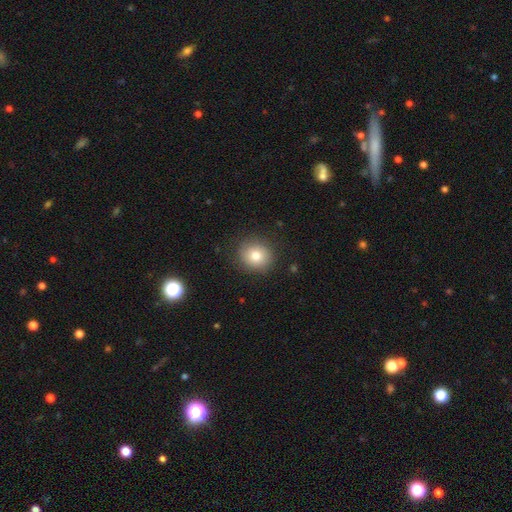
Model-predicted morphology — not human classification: Q: Smooth or featured?
A: smooth (79%); runner-up: featured or disk (11%)
Q: How rounded?
A: round (81%); runner-up: in between (18%)
Q: Merging?
A: none (87%); runner-up: minor disturbance (9%)